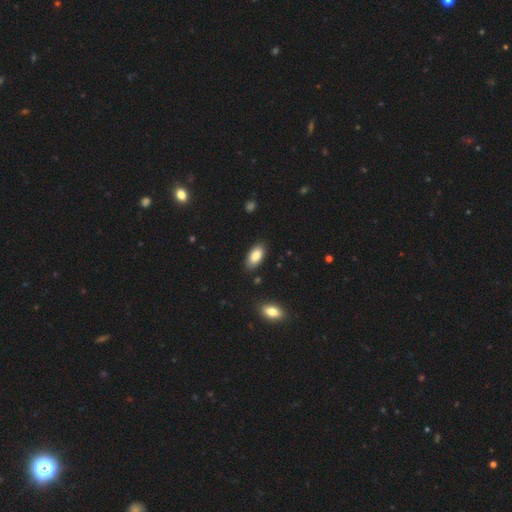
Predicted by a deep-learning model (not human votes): smooth 85%, featured or disk 8%, star or artifact 6%. Down the decision tree: how rounded — in between (92%); merging — none (85%).